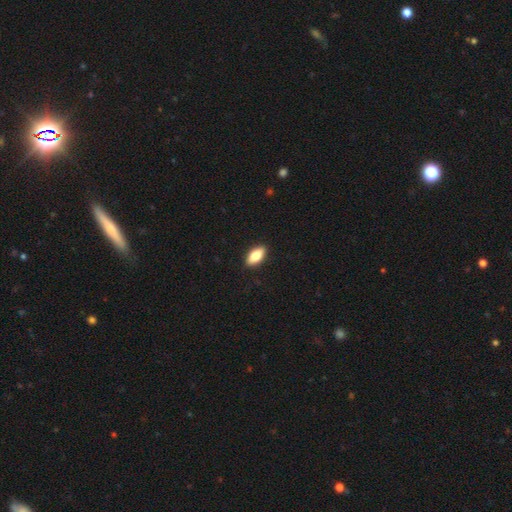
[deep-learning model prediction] Overall: smooth (80%). How rounded: in between (88%). Merging: none (90%).